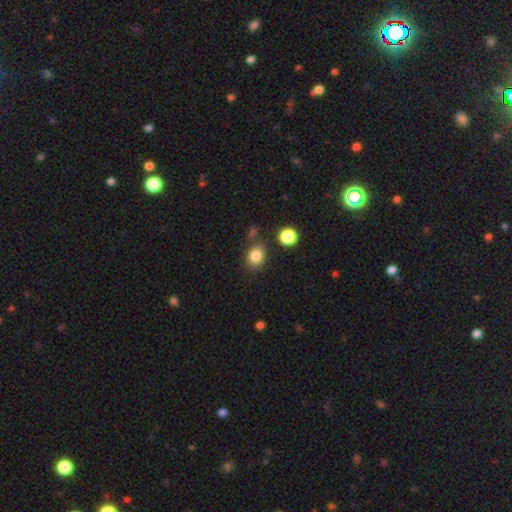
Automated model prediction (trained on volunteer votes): Overall: smooth (83%). How rounded: in between (51%; round 48%). Merging: none (74%).